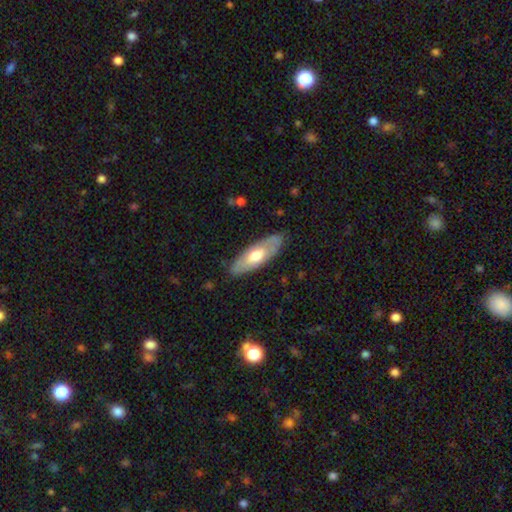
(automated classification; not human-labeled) A smooth galaxy with no disk features (49%).

Vote fractions:
- Smooth or featured? smooth: 49% / featured or disk: 46% / star or artifact: 5%
- Merging? none: 82% / minor disturbance: 13% / major disturbance: 3% / merger: 1%